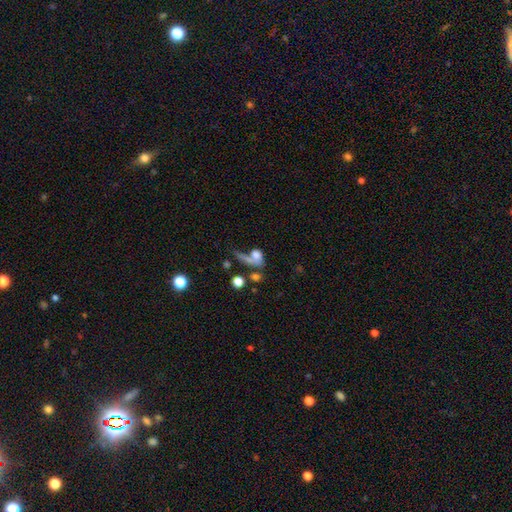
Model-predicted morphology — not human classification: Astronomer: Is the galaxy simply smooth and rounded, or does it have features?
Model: smooth — 55% (runner-up: featured or disk, 31%).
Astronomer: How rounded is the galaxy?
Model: in between — 52% (runner-up: round, 39%).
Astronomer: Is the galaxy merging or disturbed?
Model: major disturbance — 32% (runner-up: merger, 31%).